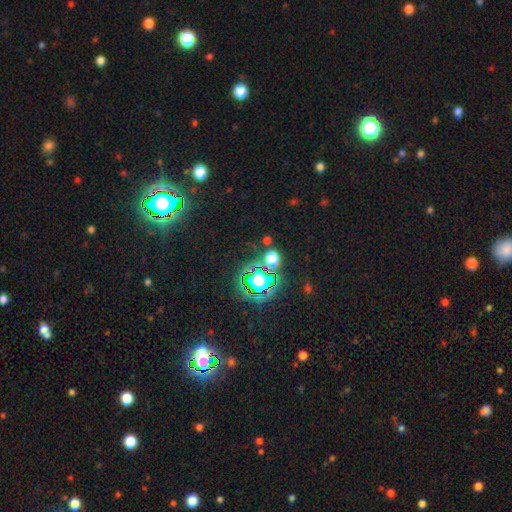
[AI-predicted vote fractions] This is likely a star or artifact rather than a galaxy (74%).